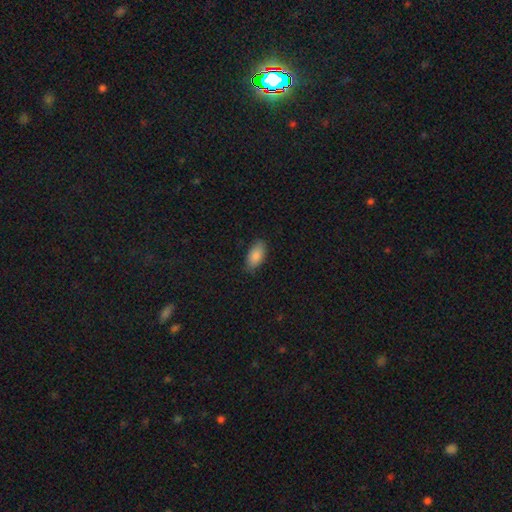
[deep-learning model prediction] Smooth or featured? Predicted: smooth (p=0.87). How rounded? Predicted: in between (p=0.90). Merging? Predicted: none (p=0.85).